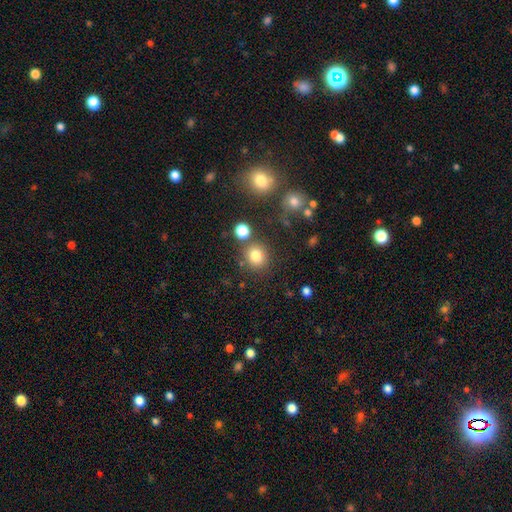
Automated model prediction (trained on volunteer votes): Q: Smooth or featured?
A: smooth (80%); runner-up: star or artifact (14%)
Q: How rounded?
A: round (85%); runner-up: in between (14%)
Q: Merging?
A: none (78%); runner-up: minor disturbance (9%)